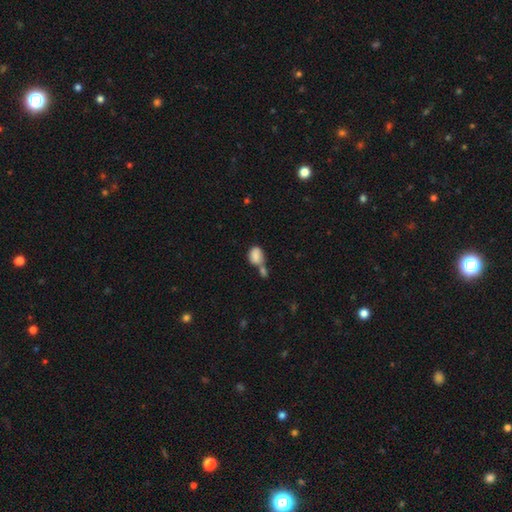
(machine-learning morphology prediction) The model was most divided on "merging": merger: 56%, none: 24%, minor disturbance: 13%, major disturbance: 7%. More confident: smooth or featured — smooth (82%); how rounded — in between (66%).